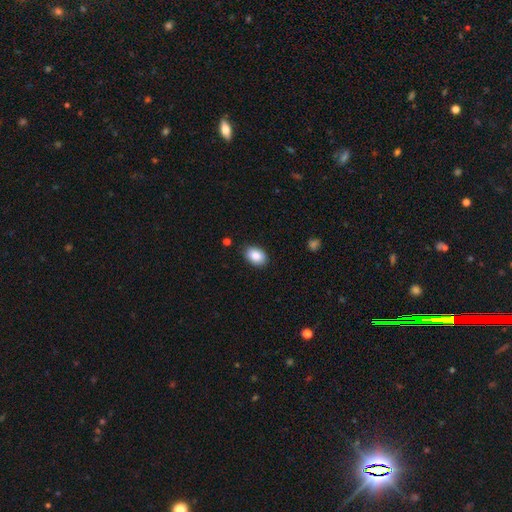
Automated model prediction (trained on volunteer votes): This appears to be a smooth galaxy with no disk features (88%) that is in between round and cigar-shaped (82%). Merging: none (86%).